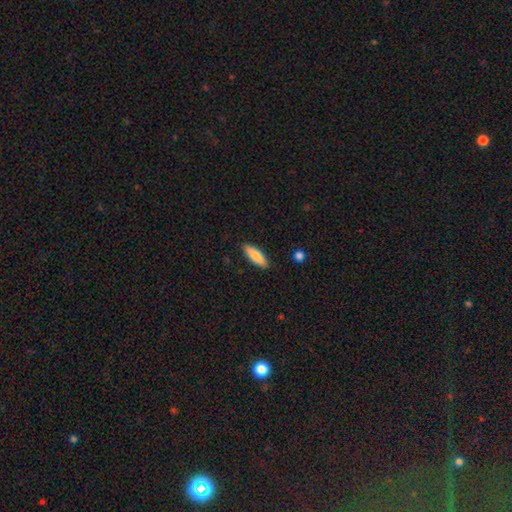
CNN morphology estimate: A smooth galaxy with no disk features (83%) that is in between round and cigar-shaped (54%).

Vote fractions:
- Smooth or featured? smooth: 83% / featured or disk: 12% / star or artifact: 6%
- How rounded? in between: 54% / cigar-shaped: 44% / round: 2%
- Merging? none: 89% / minor disturbance: 8% / major disturbance: 2% / merger: 1%